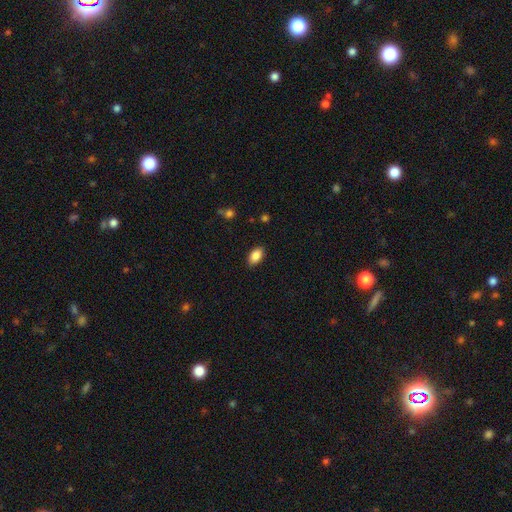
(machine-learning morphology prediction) Smooth or featured? Predicted: smooth (p=0.87). How rounded? Predicted: in between (p=0.92). Merging? Predicted: none (p=0.88).